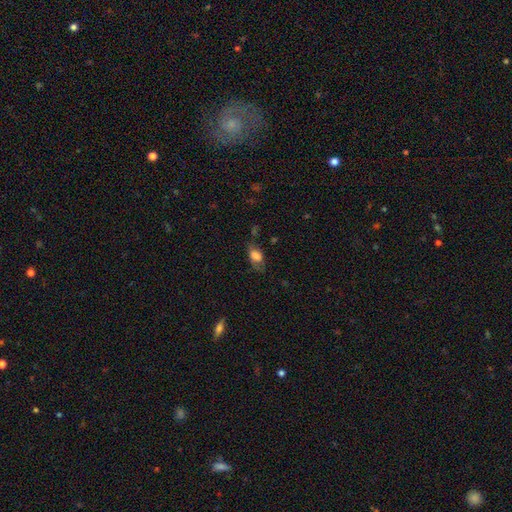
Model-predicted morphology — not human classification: Smooth or featured: smooth — 72% (featured or disk — 17%)
How rounded: in between — 86% (round — 9%)
Merging: none — 50% (minor disturbance — 29%)